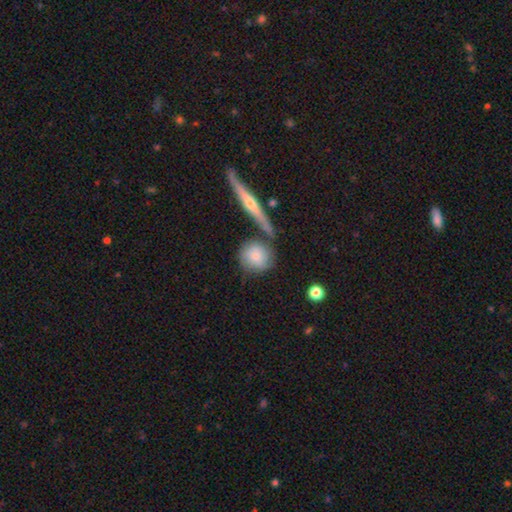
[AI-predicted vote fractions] smooth-or-featured: smooth: 73% | featured or disk: 20% | star or artifact: 7%
  how-rounded: round: 84% | in between: 12% | cigar-shaped: 4%
  merging: none: 61% | merger: 17% | minor disturbance: 16% | major disturbance: 5%